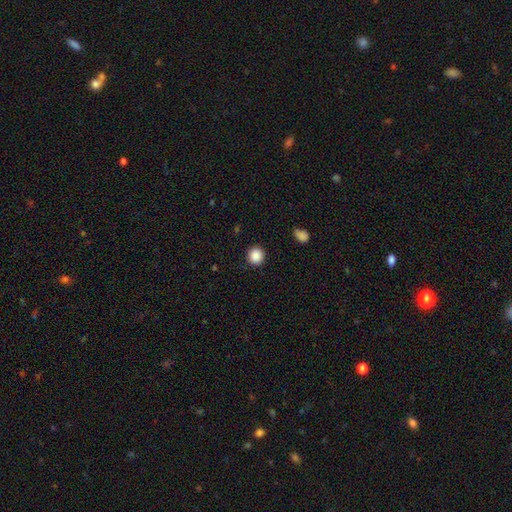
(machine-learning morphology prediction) This appears to be a smooth galaxy with no disk features (88%) that is round (90%). Merging: none (91%).